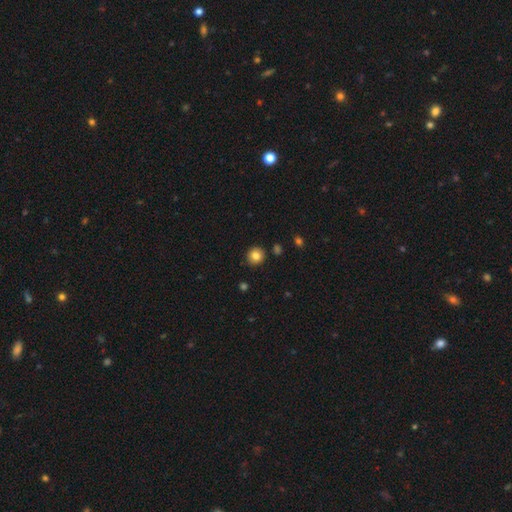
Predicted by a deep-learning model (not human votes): smooth_or_featured: smooth (p=0.83) [alt: star or artifact p=0.10]
how_rounded: round (p=0.92) [alt: in between p=0.07]
merging: none (p=0.90) [alt: minor disturbance p=0.06]